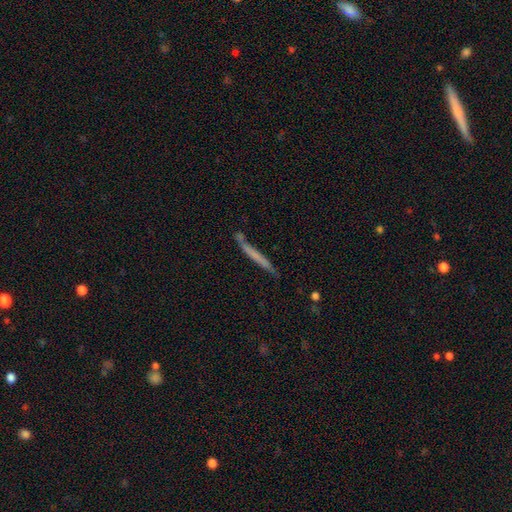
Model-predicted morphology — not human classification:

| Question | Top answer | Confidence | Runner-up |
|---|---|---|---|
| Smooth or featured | smooth | 54% | featured or disk (40%) |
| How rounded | cigar-shaped | 97% | in between (2%) |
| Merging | none | 76% | minor disturbance (16%) |